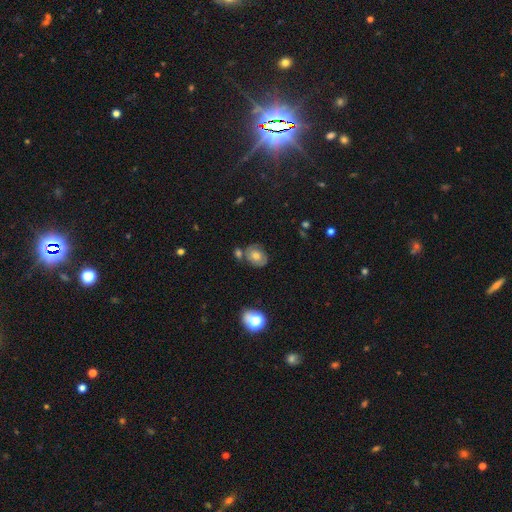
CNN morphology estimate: A smooth galaxy with no disk features (53%) that is in between round and cigar-shaped (54%). Merging: none (61%).